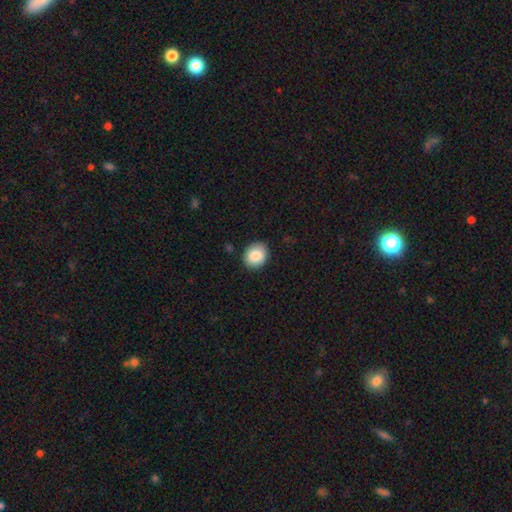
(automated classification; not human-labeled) Smooth or featured?
  - smooth: 84% *
  - featured or disk: 8%
  - star or artifact: 8%
How rounded?
  - round: 57% *
  - in between: 42%
  - cigar-shaped: 1%
Merging?
  - none: 89% *
  - minor disturbance: 8%
  - major disturbance: 2%
  - merger: 1%